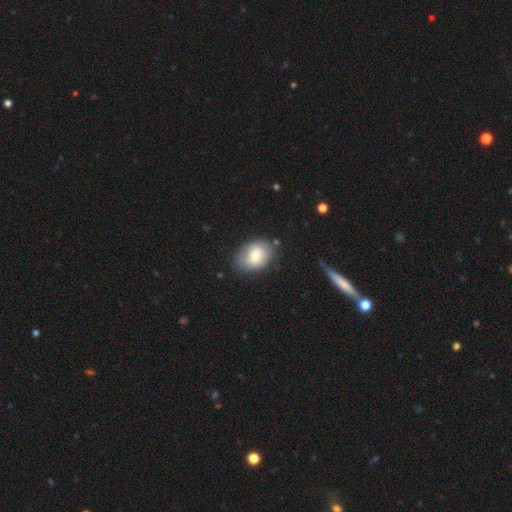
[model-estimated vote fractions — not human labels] Overall: smooth (77%). How rounded: in between (73%). Merging: none (70%).